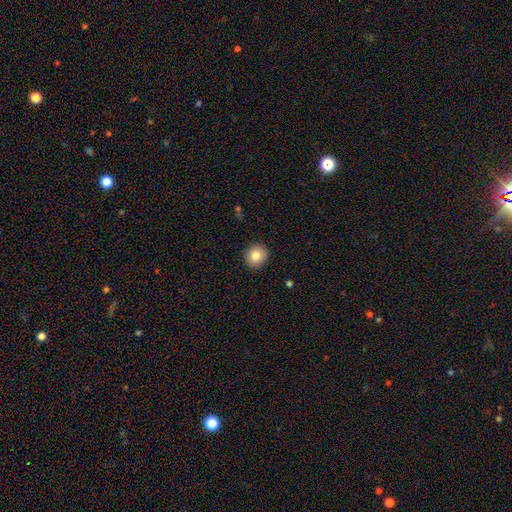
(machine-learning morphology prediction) smooth_or_featured: smooth (p=0.83) [alt: star or artifact p=0.09]
how_rounded: round (p=0.88) [alt: in between p=0.11]
merging: none (p=0.92) [alt: minor disturbance p=0.05]